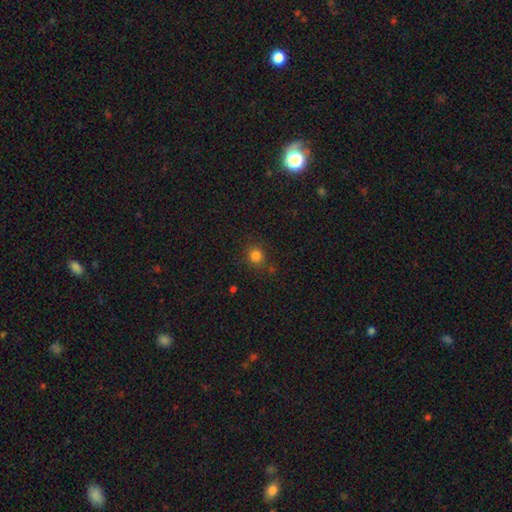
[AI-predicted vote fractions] This is clearly a smooth galaxy (81%). How rounded: clearly round (83%). Merging: clearly none (82%).